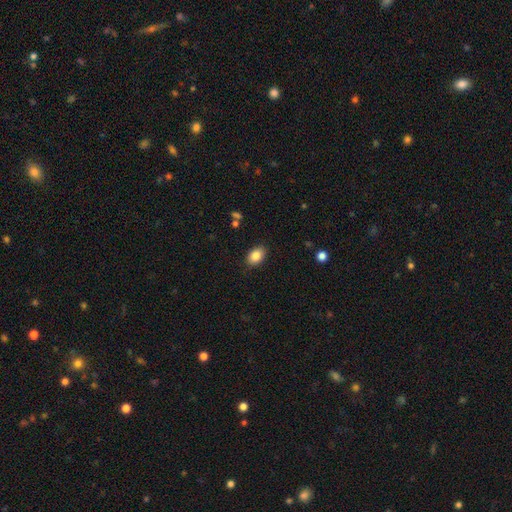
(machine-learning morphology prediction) Smooth or featured?
  - smooth: 86% *
  - star or artifact: 8%
  - featured or disk: 6%
How rounded?
  - in between: 84% *
  - round: 15%
  - cigar-shaped: 1%
Merging?
  - none: 86% *
  - minor disturbance: 10%
  - major disturbance: 2%
  - merger: 1%